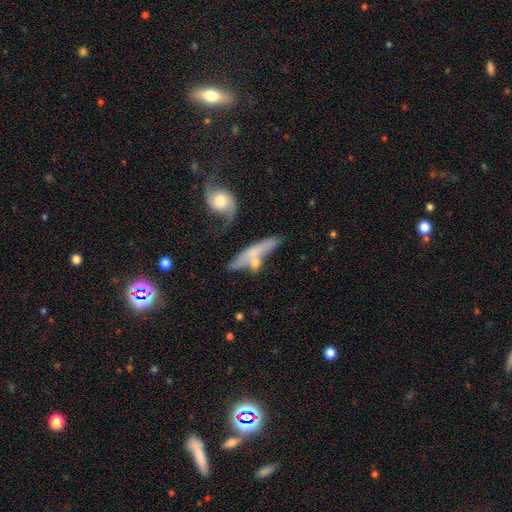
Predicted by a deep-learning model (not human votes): Q: Smooth or featured?
A: featured or disk (51%); runner-up: smooth (39%)
Q: Edge-on disk?
A: no (54%); runner-up: yes (46%)
Q: Merging?
A: none (42%); runner-up: merger (26%)